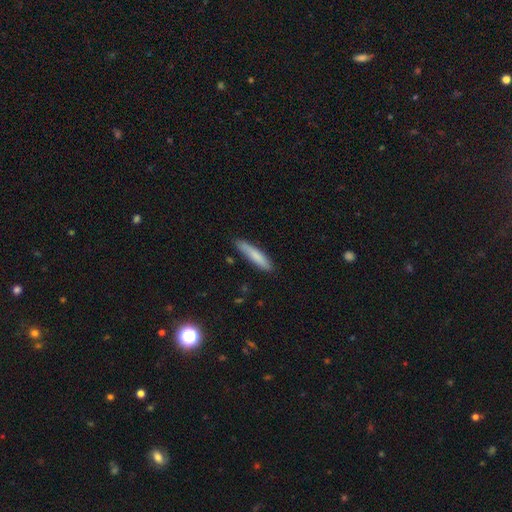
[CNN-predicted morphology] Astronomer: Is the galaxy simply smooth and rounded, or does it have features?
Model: smooth — 80%.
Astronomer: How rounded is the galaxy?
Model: cigar-shaped — 87%.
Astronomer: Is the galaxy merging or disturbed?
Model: none — 84%.